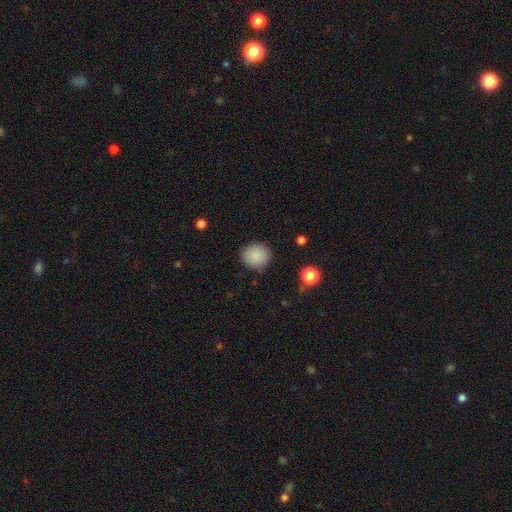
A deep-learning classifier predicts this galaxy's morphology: type=smooth (88%); roundness=round (88%); merging=none (88%).